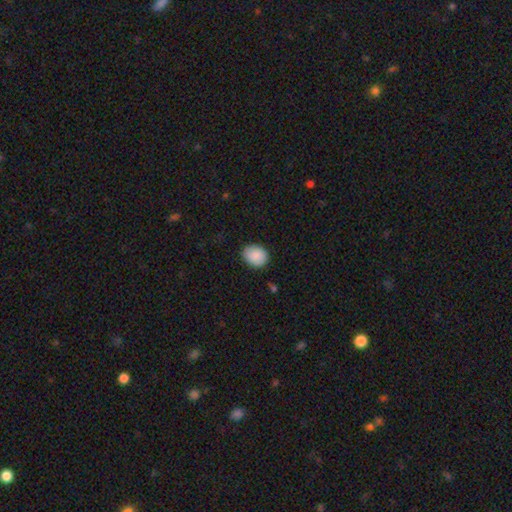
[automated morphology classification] This appears to be a smooth galaxy with no disk features (89%) that is round (51%). Merging: none (84%).